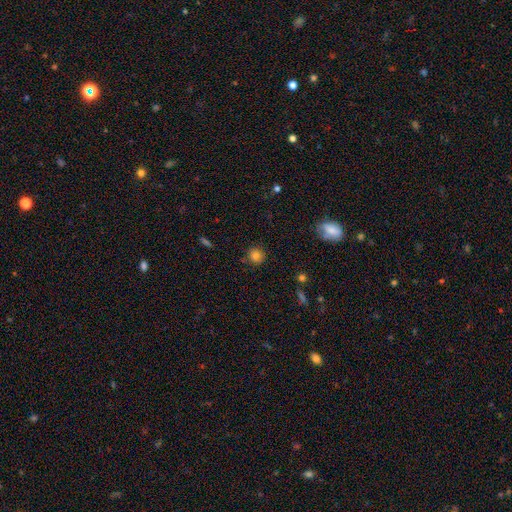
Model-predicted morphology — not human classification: The model was most divided on "smooth or featured": smooth: 80%, star or artifact: 13%, featured or disk: 7%. More confident: how rounded — round (93%); merging — none (87%).